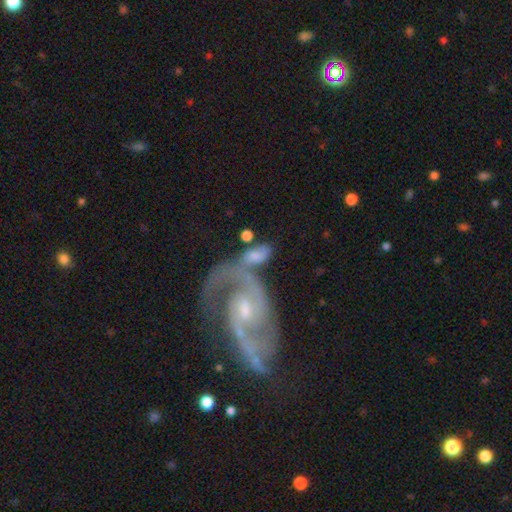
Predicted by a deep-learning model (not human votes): Morphology: type=smooth (52%); roundness=in between (86%); merging=merger (43%).